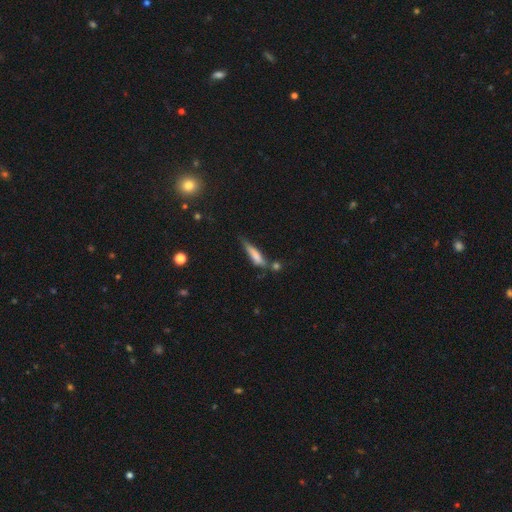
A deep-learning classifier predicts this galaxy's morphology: Smooth or featured? Predicted: smooth (p=0.67). How rounded? Predicted: cigar-shaped (p=0.77). Merging? Predicted: none (p=0.46).